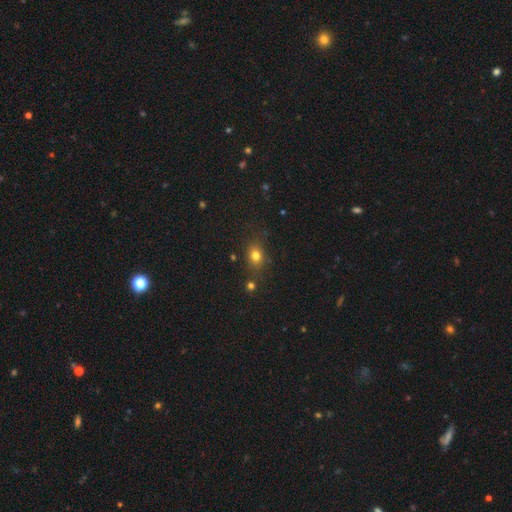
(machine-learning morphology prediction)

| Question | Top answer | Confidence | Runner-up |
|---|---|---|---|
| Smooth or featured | smooth | 74% | star or artifact (17%) |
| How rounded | round | 51% | in between (47%) |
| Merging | none | 76% | minor disturbance (14%) |